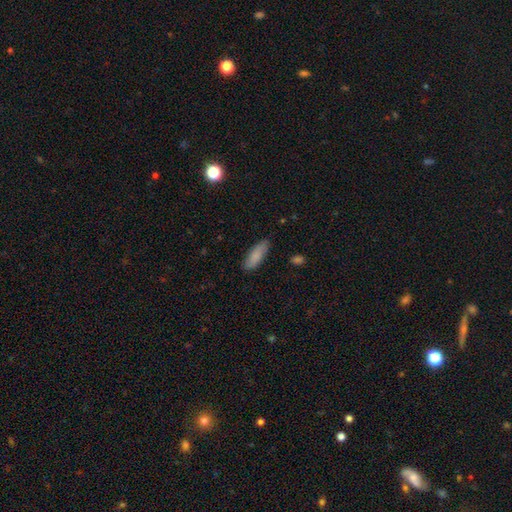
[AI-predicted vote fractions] smooth_or_featured: smooth (p=0.85) [alt: featured or disk p=0.09]
how_rounded: in between (p=0.59) [alt: cigar-shaped p=0.39]
merging: none (p=0.85) [alt: minor disturbance p=0.12]